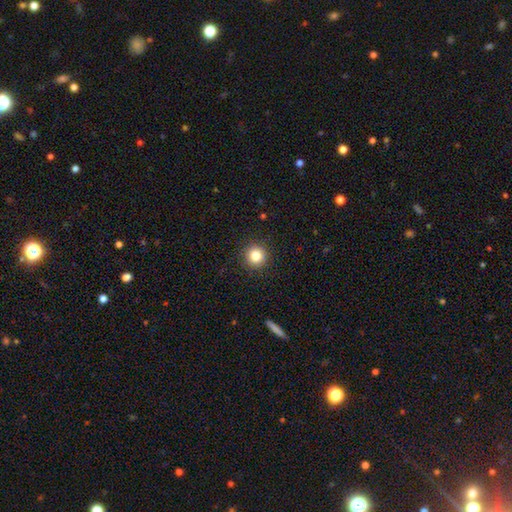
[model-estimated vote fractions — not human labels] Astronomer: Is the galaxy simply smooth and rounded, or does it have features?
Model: smooth — 82%.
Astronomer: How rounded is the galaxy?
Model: round — 95%.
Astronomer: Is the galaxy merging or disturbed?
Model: none — 92%.